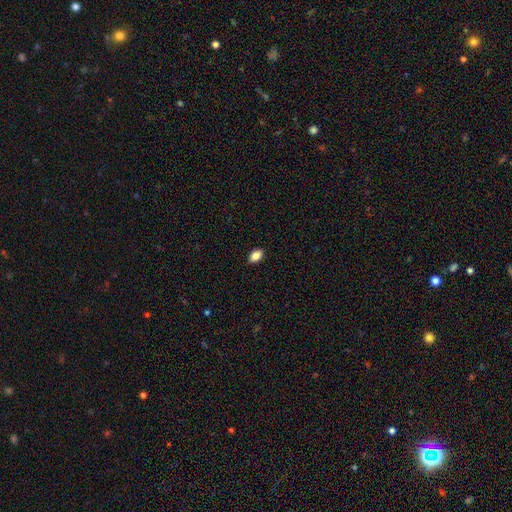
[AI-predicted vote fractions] Smooth or featured? smooth (85%)
How rounded? in between (88%)
Merging? none (89%)